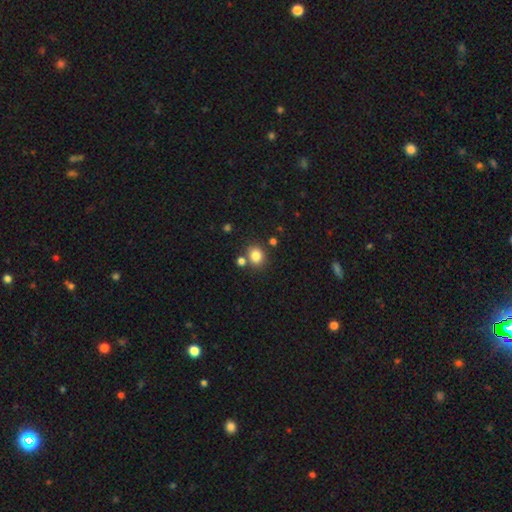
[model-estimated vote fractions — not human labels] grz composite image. It shows a smooth galaxy with no disk features (82%) that is round (75%). Merging: none (75%).